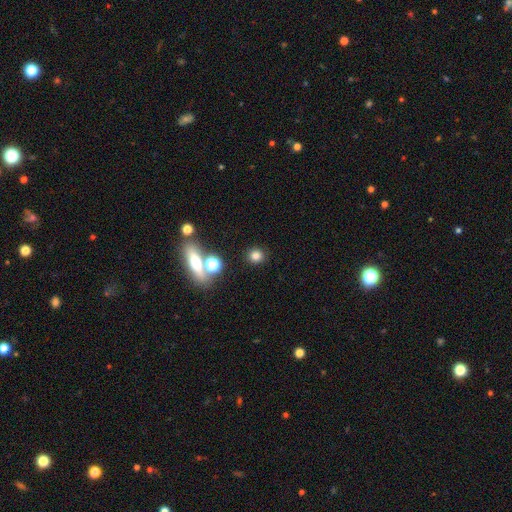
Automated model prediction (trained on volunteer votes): A smooth galaxy with no disk features (77%) that is round (88%).

Vote fractions:
- Smooth or featured? smooth: 77% / star or artifact: 15% / featured or disk: 8%
- How rounded? round: 88% / in between: 11% / cigar-shaped: 2%
- Merging? none: 85% / minor disturbance: 6% / merger: 6% / major disturbance: 3%